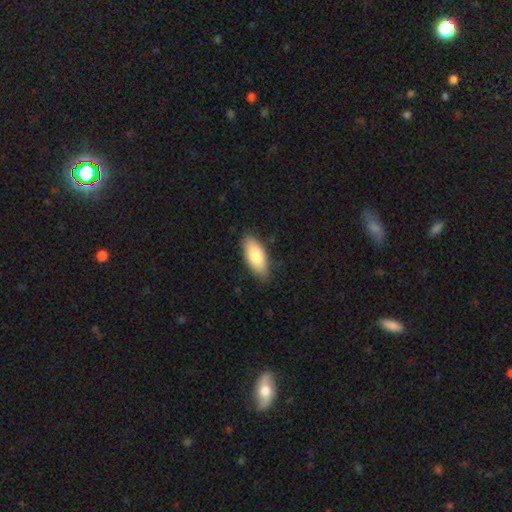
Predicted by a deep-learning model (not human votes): Morphology: type=smooth (80%); roundness=in between (84%); merging=none (84%).